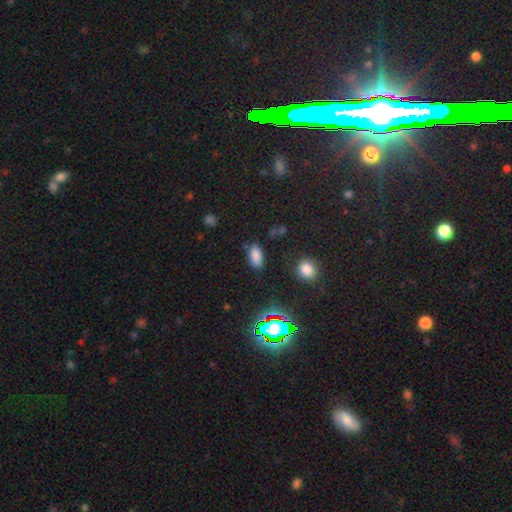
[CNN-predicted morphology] Smooth or featured? Predicted: smooth (p=0.77). How rounded? Predicted: in between (p=0.90). Merging? Predicted: none (p=0.79).